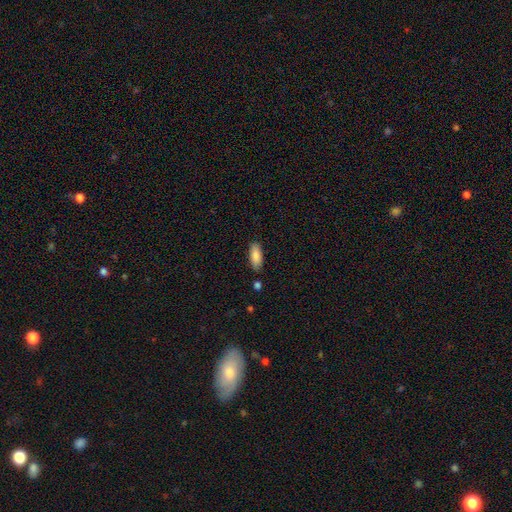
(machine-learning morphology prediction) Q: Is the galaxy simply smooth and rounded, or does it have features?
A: smooth — 86%.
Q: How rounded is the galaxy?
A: in between — 76%.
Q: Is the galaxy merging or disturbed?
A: none — 84%.